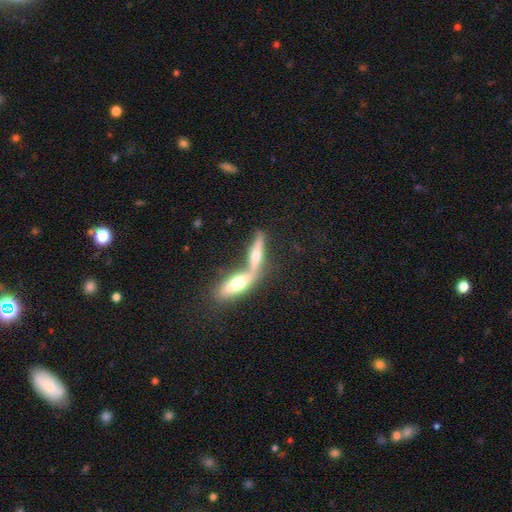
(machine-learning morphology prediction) Smooth or featured? Predicted: featured or disk (p=0.49). Merging? Predicted: merger (p=0.54).